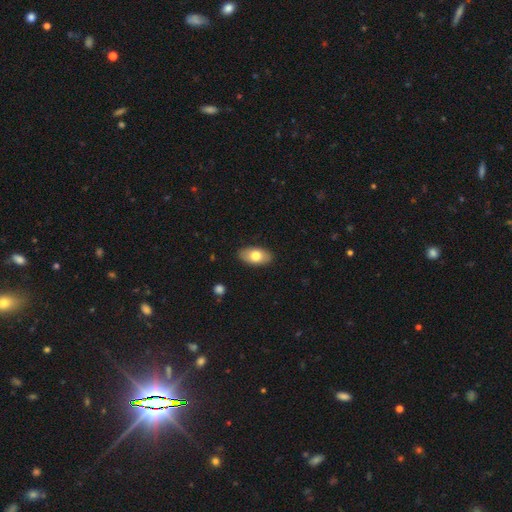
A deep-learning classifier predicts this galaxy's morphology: Smooth or featured?
  - smooth: 75% *
  - featured or disk: 19%
  - star or artifact: 6%
How rounded?
  - in between: 93% *
  - round: 4%
  - cigar-shaped: 3%
Merging?
  - none: 88% *
  - minor disturbance: 9%
  - major disturbance: 2%
  - merger: 1%